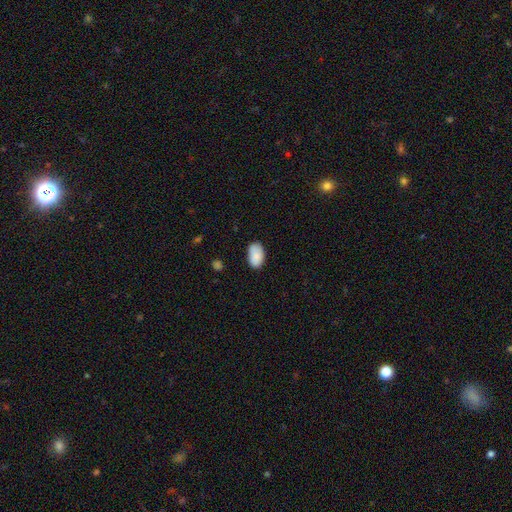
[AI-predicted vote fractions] Smooth or featured? smooth (88%)
How rounded? in between (94%)
Merging? none (78%)